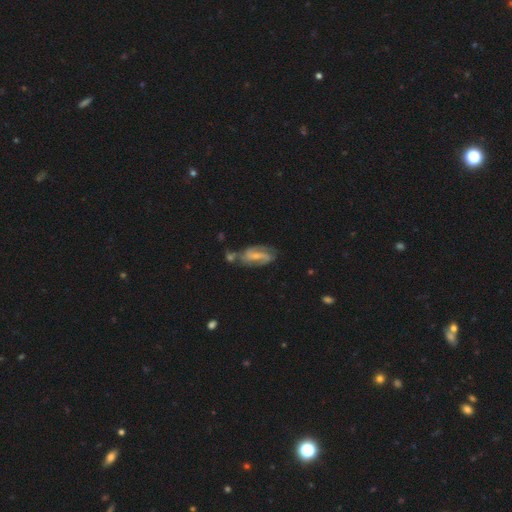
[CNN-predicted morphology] A featured or disk galaxy (74%) with a weak bar (45%), 2 (79%) medium (45%) spiral arms (91%) and a small central bulge (54%).

Vote fractions:
- Smooth or featured? featured or disk: 74% / smooth: 19% / star or artifact: 7%
- Edge-on disk? no: 93% / yes: 7%
- Bar? weak: 45% / strong: 29% / no: 25%
- Spiral arms? yes: 91% / no: 9%
- Spiral winding? medium: 45% / loose: 31% / tight: 24%
- Spiral arm count? 2: 79% / can't tell: 11% / 3: 4% / 1: 4% / 4: 1% / more than 4: 1%
- Bulge size? small: 54% / moderate: 28% / none: 15% / large: 3% / dominant: 1%
- Merging? none: 46% / merger: 22% / minor disturbance: 21% / major disturbance: 10%